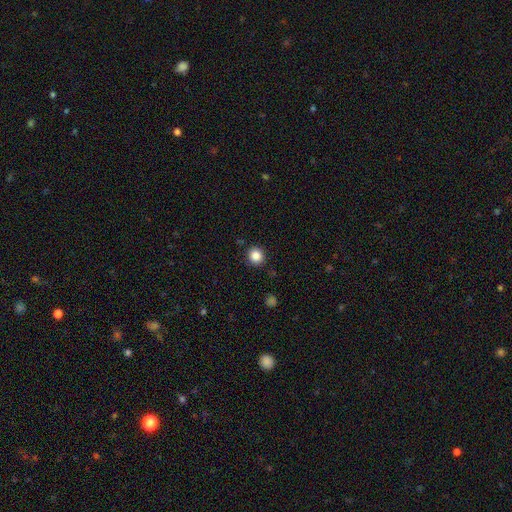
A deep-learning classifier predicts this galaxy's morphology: Smooth or featured: smooth — 86% (star or artifact — 11%)
How rounded: round — 91% (in between — 8%)
Merging: none — 90% (minor disturbance — 6%)